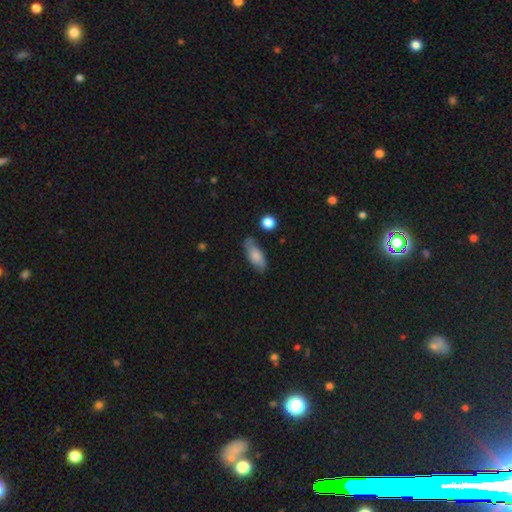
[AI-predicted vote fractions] A smooth galaxy with no disk features (68%) that is in between round and cigar-shaped (81%).

Vote fractions:
- Smooth or featured? smooth: 68% / featured or disk: 25% / star or artifact: 7%
- How rounded? in between: 81% / cigar-shaped: 16% / round: 3%
- Merging? none: 69% / minor disturbance: 22% / major disturbance: 5% / merger: 4%